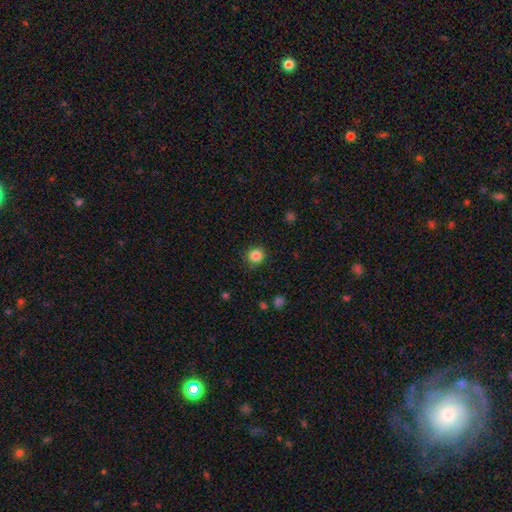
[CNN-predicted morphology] smooth 85%, star or artifact 11%, featured or disk 4%. Down the decision tree: how rounded — round (91%); merging — none (87%).